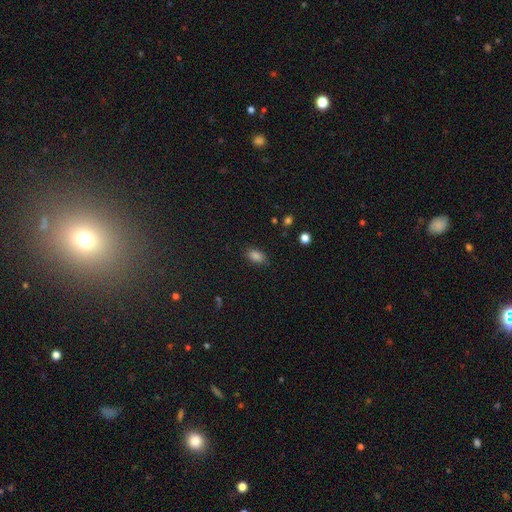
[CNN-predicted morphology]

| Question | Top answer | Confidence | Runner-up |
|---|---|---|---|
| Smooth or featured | smooth | 84% | star or artifact (11%) |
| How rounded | in between | 89% | round (8%) |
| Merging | none | 84% | minor disturbance (12%) |